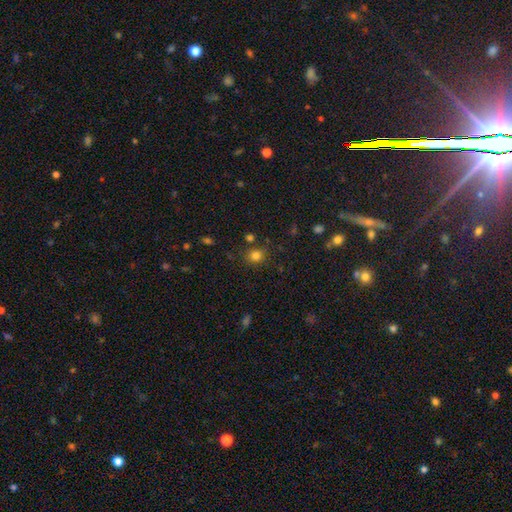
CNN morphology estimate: Smooth or featured?
  - smooth: 80% *
  - star or artifact: 15%
  - featured or disk: 6%
How rounded?
  - round: 79% *
  - in between: 20%
  - cigar-shaped: 1%
Merging?
  - none: 80% *
  - minor disturbance: 11%
  - merger: 5%
  - major disturbance: 4%